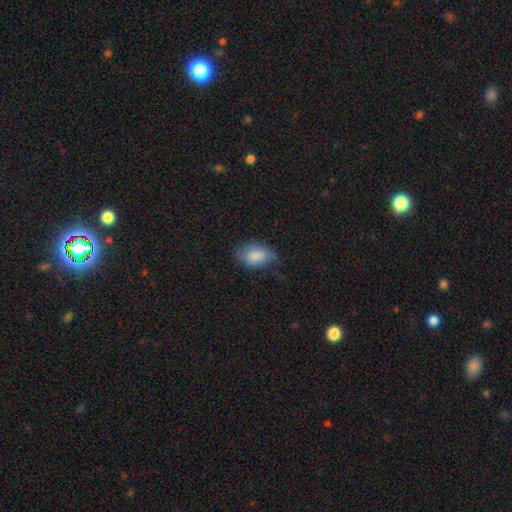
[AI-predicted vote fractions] smooth_or_featured: smooth (p=0.82) [alt: featured or disk p=0.11]
how_rounded: in between (p=0.91) [alt: round p=0.07]
merging: none (p=0.50) [alt: minor disturbance p=0.35]